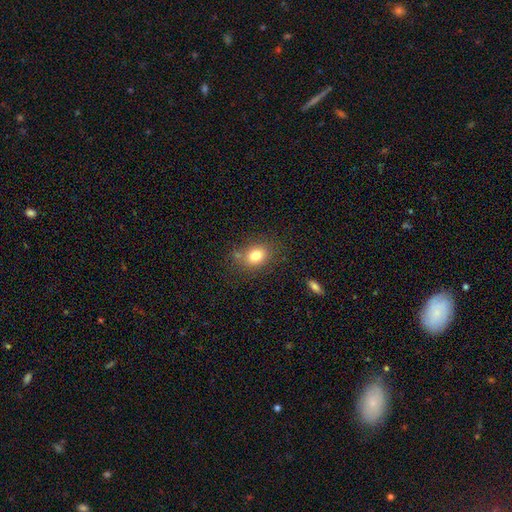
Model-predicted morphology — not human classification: The model was most divided on "how rounded": in between: 58%, round: 41%, cigar-shaped: 1%. More confident: smooth or featured — smooth (79%); merging — none (74%).